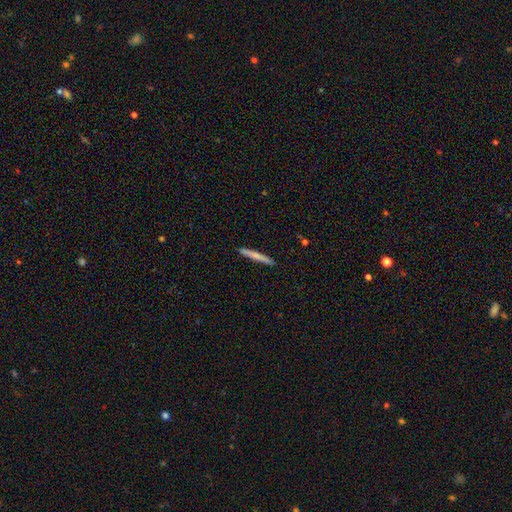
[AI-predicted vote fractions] smooth-or-featured: smooth: 65% | featured or disk: 29% | star or artifact: 6%
  how-rounded: cigar-shaped: 96% | in between: 2% | round: 1%
  merging: none: 91% | minor disturbance: 7% | major disturbance: 1% | merger: 1%